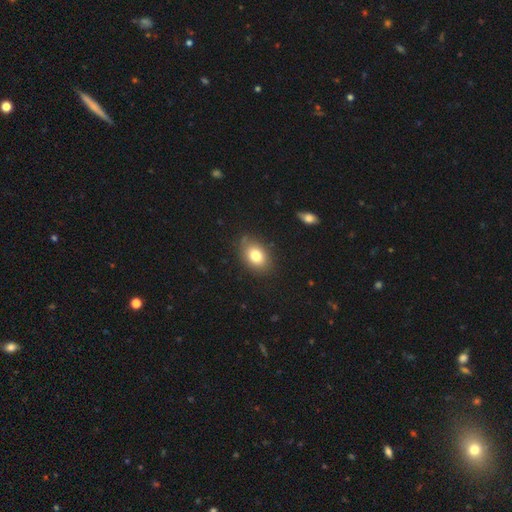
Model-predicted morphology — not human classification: This appears to be a smooth galaxy with no disk features (80%) that is in between round and cigar-shaped (78%). Merging: none (82%).